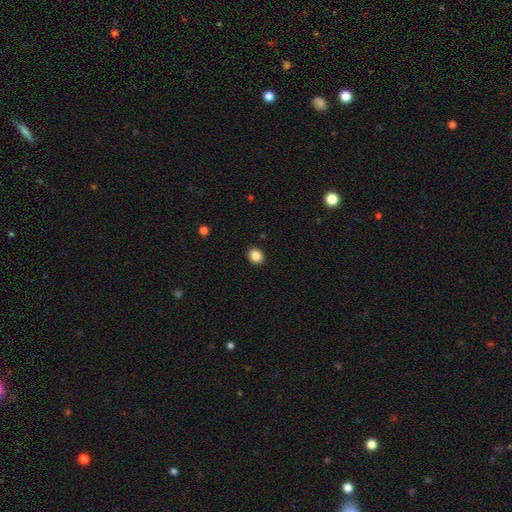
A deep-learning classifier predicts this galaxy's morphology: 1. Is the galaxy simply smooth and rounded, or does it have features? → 86% smooth, 10% star or artifact, 4% featured or disk.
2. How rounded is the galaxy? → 70% round, 30% in between, 1% cigar-shaped.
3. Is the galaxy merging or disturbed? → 92% none, 6% minor disturbance, 2% major disturbance, 1% merger.